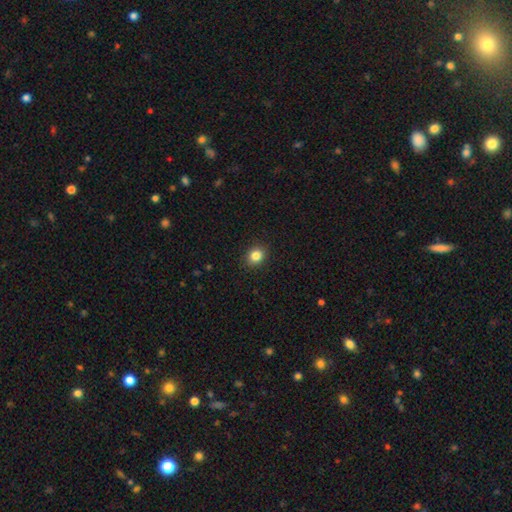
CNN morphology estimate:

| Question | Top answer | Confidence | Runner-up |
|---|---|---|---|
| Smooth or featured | smooth | 84% | star or artifact (11%) |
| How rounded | round | 68% | in between (31%) |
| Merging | none | 90% | minor disturbance (7%) |